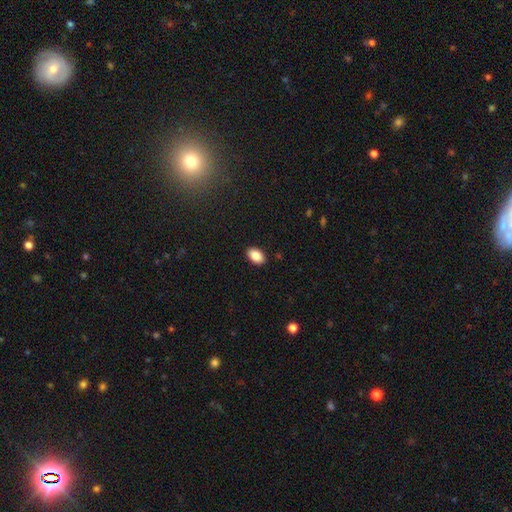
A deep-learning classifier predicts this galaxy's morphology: Smooth or featured: smooth — 86% (star or artifact — 8%)
How rounded: in between — 88% (round — 10%)
Merging: none — 90% (minor disturbance — 7%)